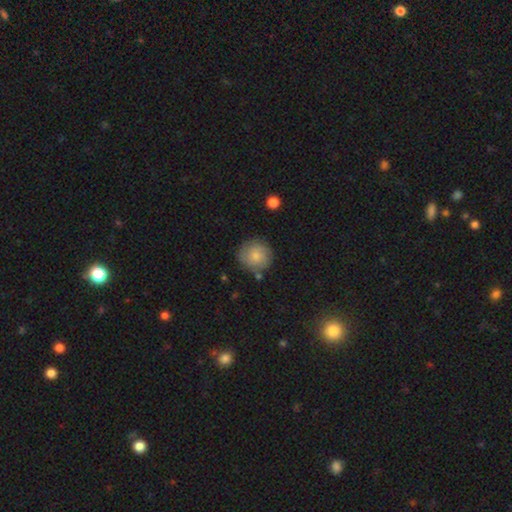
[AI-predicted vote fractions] A smooth galaxy with no disk features (65%) that is round (92%). Merging: none (78%).